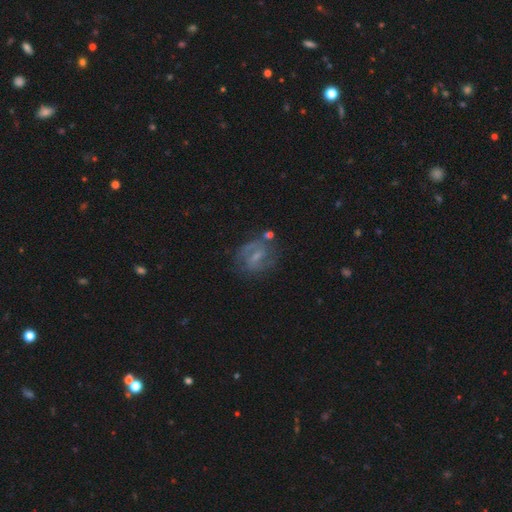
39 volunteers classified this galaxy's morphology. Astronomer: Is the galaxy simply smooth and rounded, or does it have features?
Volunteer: featured or disk — 62%.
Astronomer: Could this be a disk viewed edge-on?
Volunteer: no — 100%.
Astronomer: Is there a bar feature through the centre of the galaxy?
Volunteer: weak — 67%.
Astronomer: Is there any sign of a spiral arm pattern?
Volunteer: yes — 100%.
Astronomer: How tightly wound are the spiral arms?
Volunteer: medium — 42% (runner-up: loose, 33%).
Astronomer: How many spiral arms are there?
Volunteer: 2 — 79%.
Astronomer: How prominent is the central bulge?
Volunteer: small — 75%.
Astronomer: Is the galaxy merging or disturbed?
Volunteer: none — 66%.